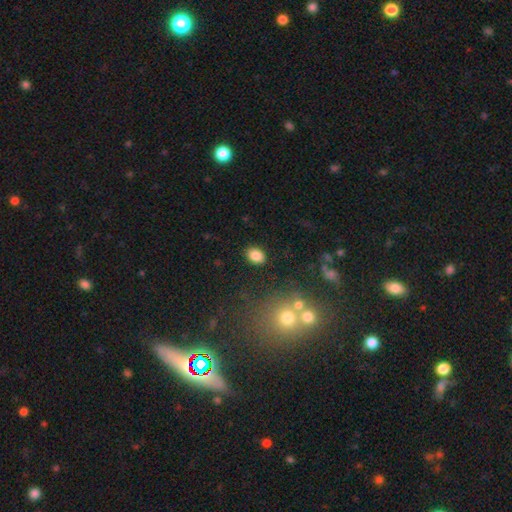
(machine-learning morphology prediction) Smooth or featured? Predicted: smooth (p=0.85). How rounded? Predicted: in between (p=0.71). Merging? Predicted: none (p=0.87).